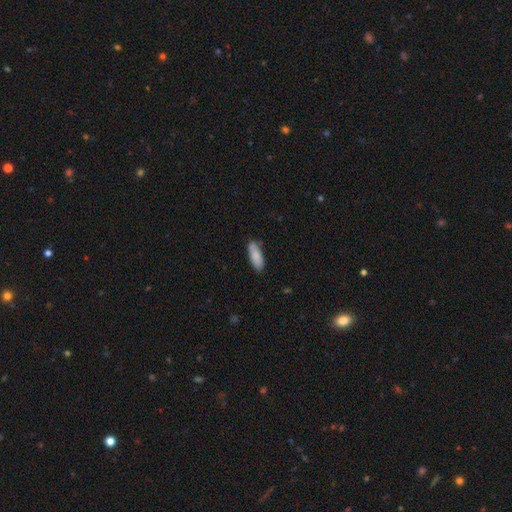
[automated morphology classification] A smooth galaxy with no disk features (84%) that is in between round and cigar-shaped (67%). Merging: none (80%).